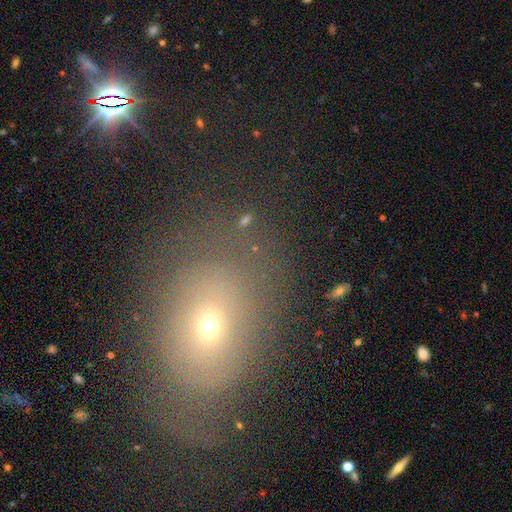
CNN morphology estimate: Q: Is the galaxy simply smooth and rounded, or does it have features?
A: smooth — 51%.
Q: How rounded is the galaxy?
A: in between — 65%.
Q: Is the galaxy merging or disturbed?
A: none — 66%.